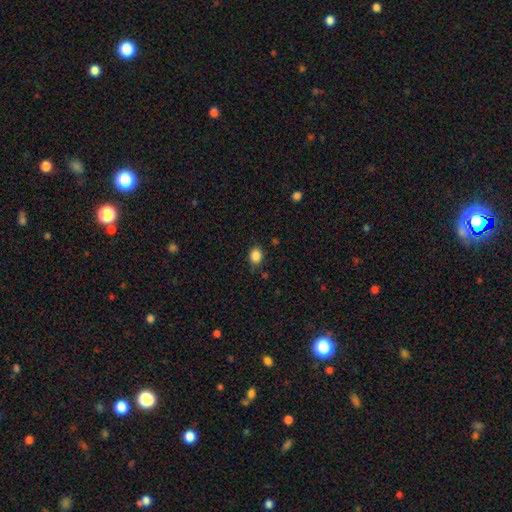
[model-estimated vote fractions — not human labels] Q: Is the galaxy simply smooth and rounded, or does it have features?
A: smooth — 86%.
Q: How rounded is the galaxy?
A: round — 58%.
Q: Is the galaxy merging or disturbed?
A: none — 81%.